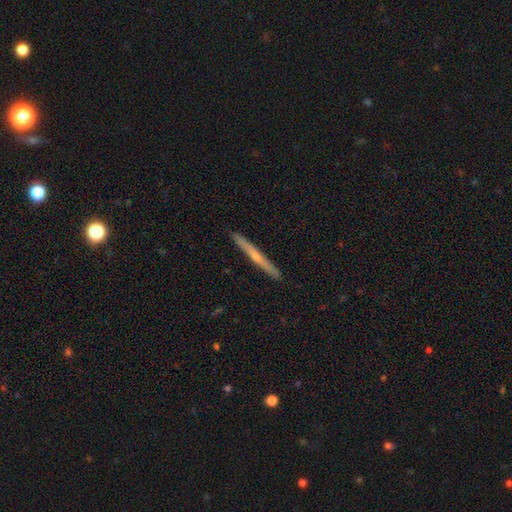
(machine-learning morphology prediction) featured or disk 58%, smooth 36%, star or artifact 6%. Down the decision tree: edge-on disk — yes (97%); edge-on bulge — rounded (50%); merging — none (92%).